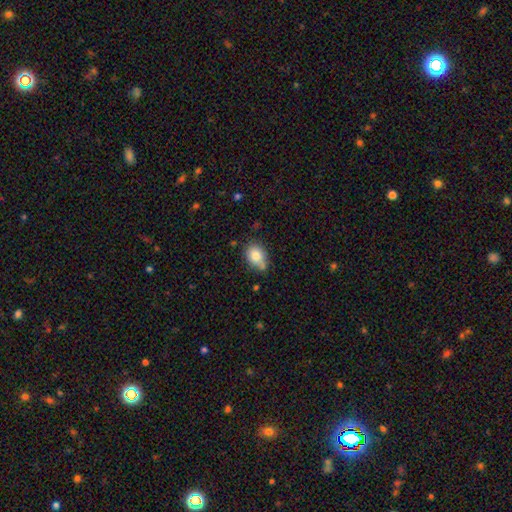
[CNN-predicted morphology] The model was most divided on "merging": none: 55%, minor disturbance: 28%, merger: 10%, major disturbance: 6%. More confident: smooth or featured — smooth (81%); how rounded — in between (66%).